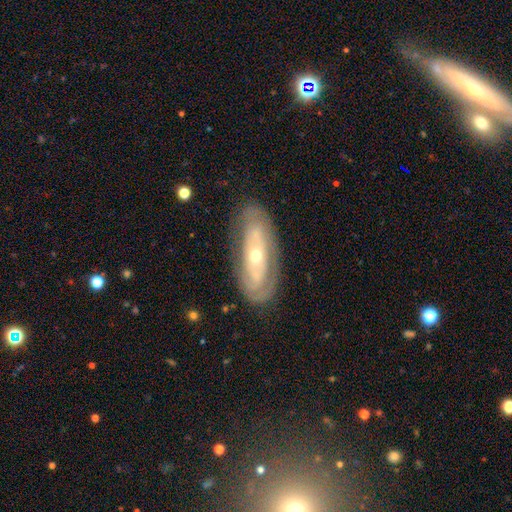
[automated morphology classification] Smooth or featured? featured or disk (72%)
Edge-on disk? no (84%)
Bar? no (79%)
Spiral arms? yes (50%, tied with no)
Bulge size? small (50%)
Merging? none (77%)